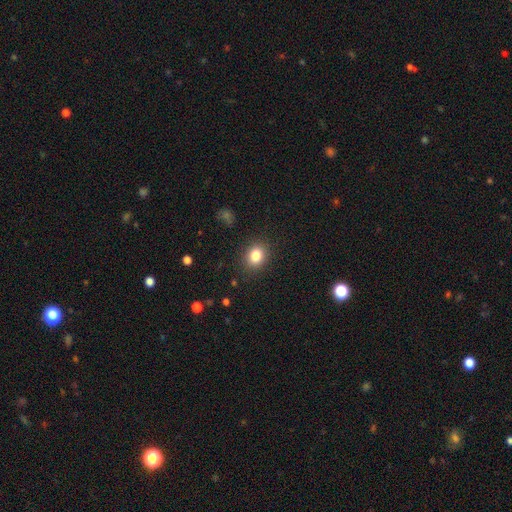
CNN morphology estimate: A smooth galaxy with no disk features (84%) that is round (52%). Merging: none (87%).